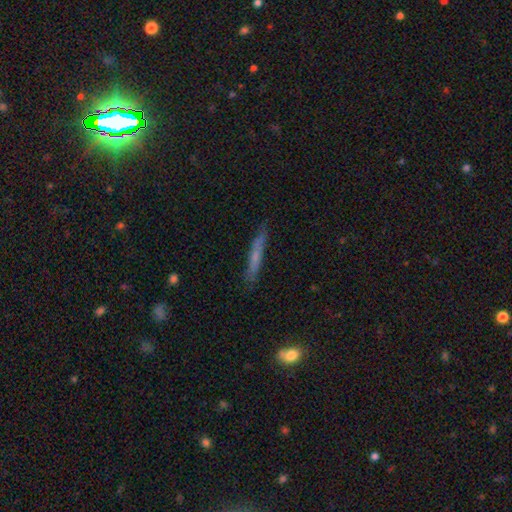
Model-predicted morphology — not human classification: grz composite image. It shows a smooth galaxy with no disk features (54%) that is cigar-shaped (94%). Merging: none (83%).